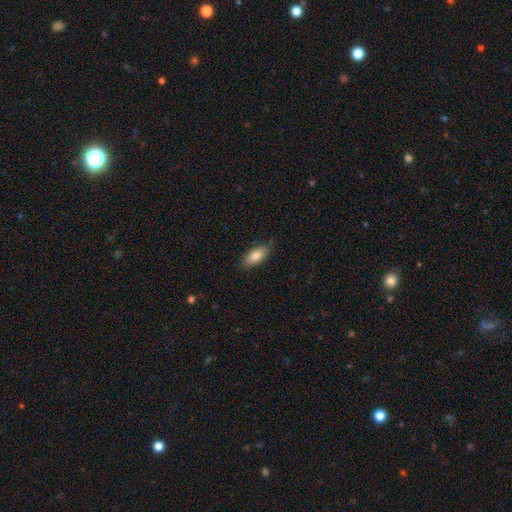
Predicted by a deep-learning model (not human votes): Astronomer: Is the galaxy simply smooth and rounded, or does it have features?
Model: smooth — 81%.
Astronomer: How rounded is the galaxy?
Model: in between — 86%.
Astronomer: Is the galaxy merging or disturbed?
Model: none — 81%.